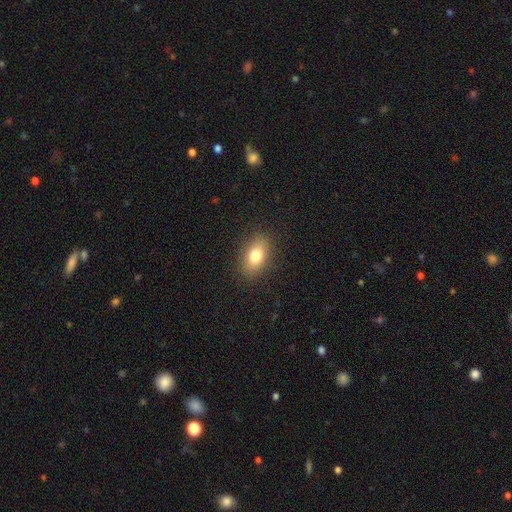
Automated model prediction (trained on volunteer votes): smooth 78%, featured or disk 13%, star or artifact 9%. Down the decision tree: how rounded — in between (85%); merging — none (87%).